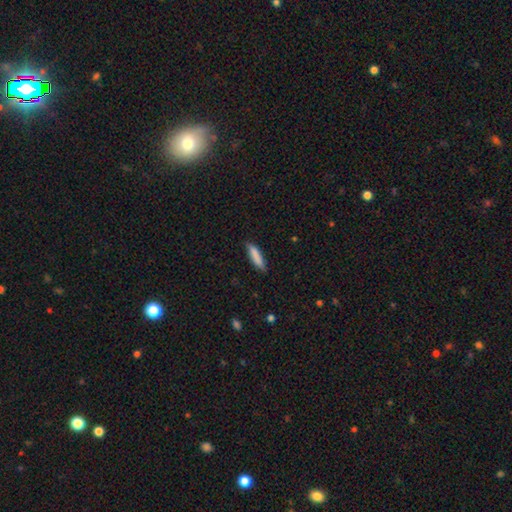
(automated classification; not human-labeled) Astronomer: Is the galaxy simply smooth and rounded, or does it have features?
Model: smooth — 84%.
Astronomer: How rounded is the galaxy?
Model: cigar-shaped — 75%.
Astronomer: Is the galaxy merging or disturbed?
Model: none — 82%.